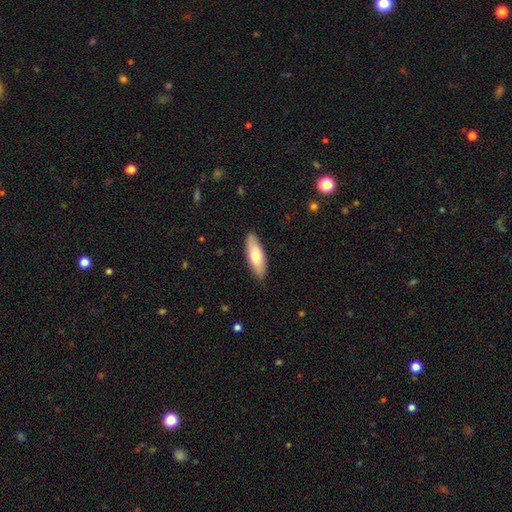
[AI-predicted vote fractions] Overall: smooth (70%). How rounded: in between (54%; cigar-shaped 44%). Merging: none (88%).